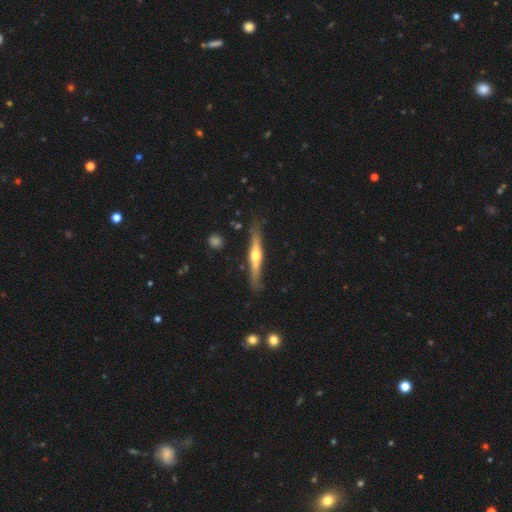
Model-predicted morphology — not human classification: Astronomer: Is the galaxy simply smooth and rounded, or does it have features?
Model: featured or disk — 66%.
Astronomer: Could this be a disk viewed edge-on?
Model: yes — 96%.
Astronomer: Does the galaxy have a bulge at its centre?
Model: rounded — 91%.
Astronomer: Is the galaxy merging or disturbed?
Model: none — 83%.